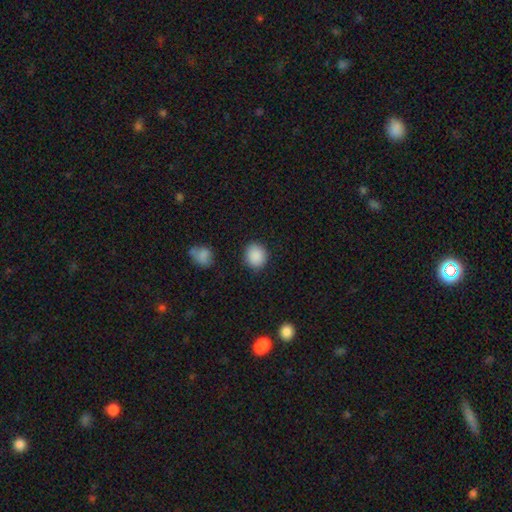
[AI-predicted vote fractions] Morphology: type=smooth (89%); roundness=round (75%); merging=none (87%).